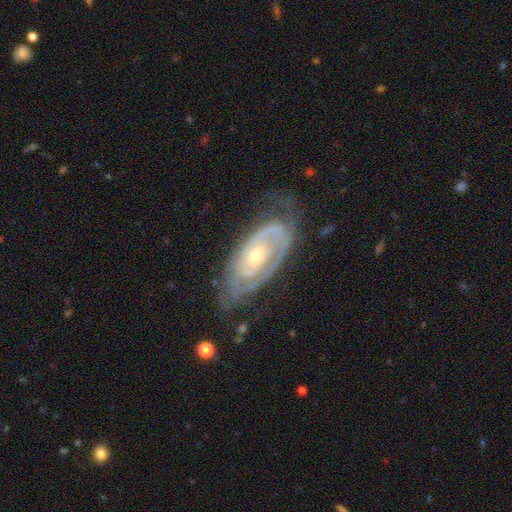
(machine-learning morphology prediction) Overall: featured or disk (85%). Edge-on disk: no (93%). Bar: no (75%). Spiral arms: yes (90%). Spiral arm count: 2 (41%; can't tell 34%). Spiral winding: tight (71%). Bulge size: small (55%; moderate 42%). Merging: none (64%).